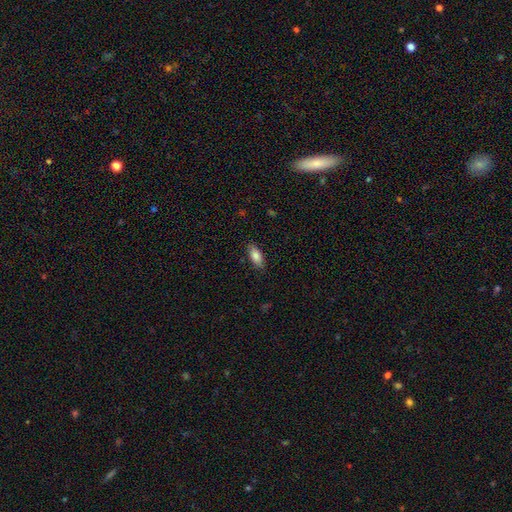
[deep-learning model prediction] A smooth galaxy with no disk features (84%) that is in between round and cigar-shaped (84%).

Vote fractions:
- Smooth or featured? smooth: 84% / featured or disk: 9% / star or artifact: 7%
- How rounded? in between: 84% / cigar-shaped: 14% / round: 2%
- Merging? none: 85% / minor disturbance: 11% / major disturbance: 2% / merger: 1%